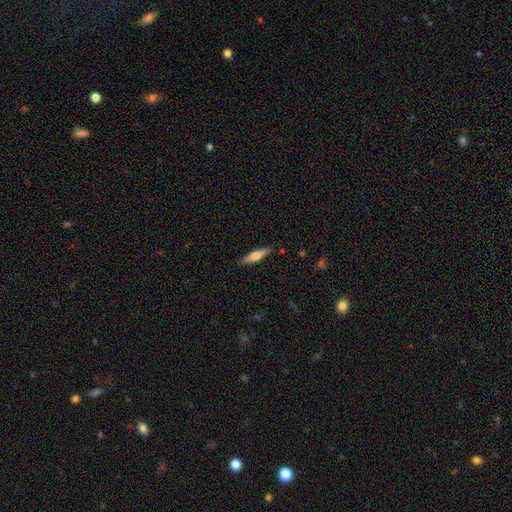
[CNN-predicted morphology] Smooth or featured? Predicted: featured or disk (p=0.48). Merging? Predicted: none (p=0.88).